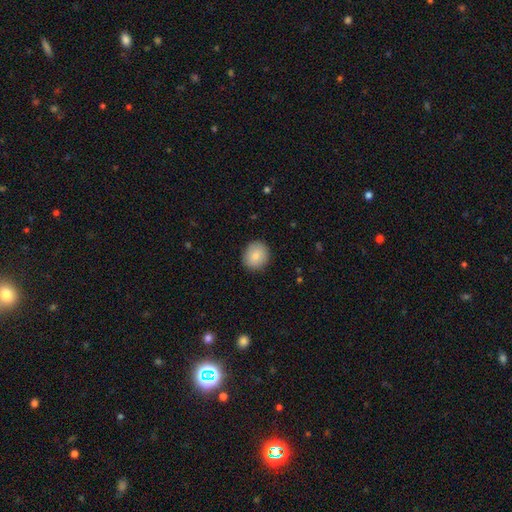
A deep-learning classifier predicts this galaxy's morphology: This is clearly a smooth galaxy (85%). How rounded: likely round (77%). Merging: clearly none (89%).